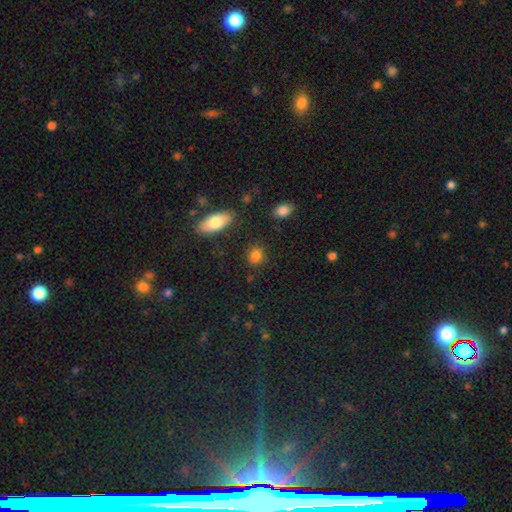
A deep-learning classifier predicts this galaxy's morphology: Smooth or featured: smooth — 84% (star or artifact — 10%)
How rounded: round — 59% (in between — 39%)
Merging: none — 84% (minor disturbance — 10%)